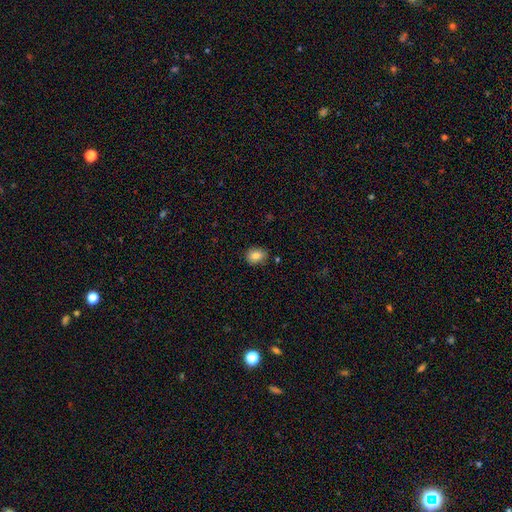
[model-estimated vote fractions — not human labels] This is clearly a smooth galaxy (82%). How rounded: possibly round (57%). Merging: clearly none (83%).